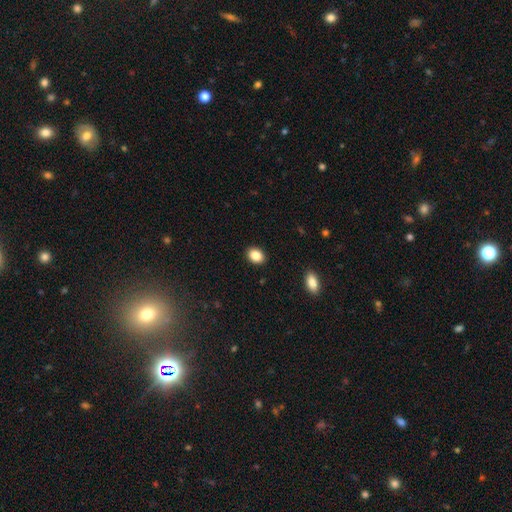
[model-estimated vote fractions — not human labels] Smooth or featured? Predicted: smooth (p=0.87). How rounded? Predicted: in between (p=0.70). Merging? Predicted: none (p=0.90).